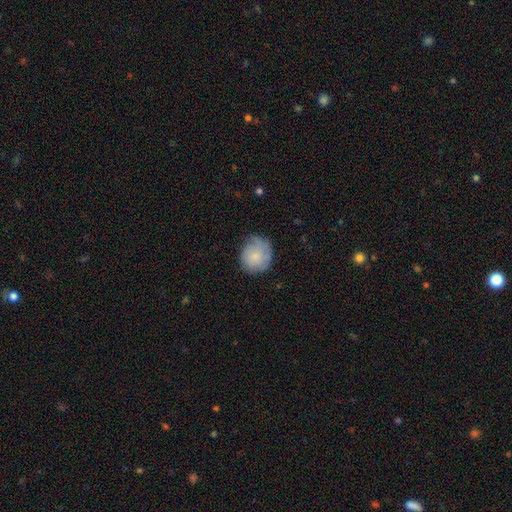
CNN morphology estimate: A smooth galaxy with no disk features (72%) that is round (80%). Merging: none (62%).